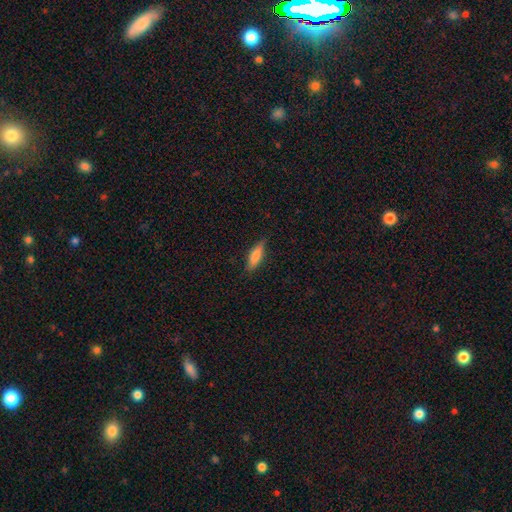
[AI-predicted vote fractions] A smooth galaxy with no disk features (76%) that is cigar-shaped (60%). Merging: none (85%).